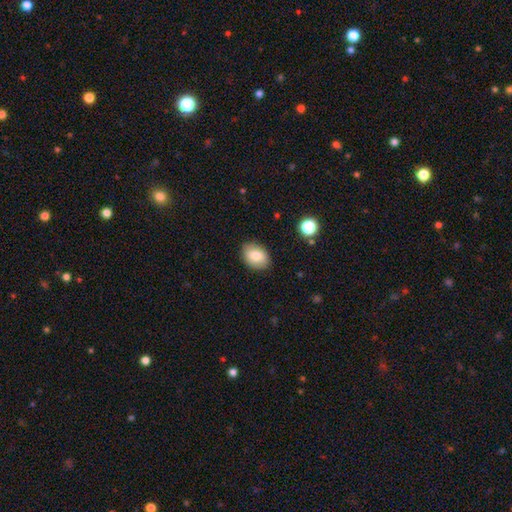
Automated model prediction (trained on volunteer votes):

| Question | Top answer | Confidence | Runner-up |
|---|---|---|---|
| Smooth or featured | smooth | 82% | featured or disk (11%) |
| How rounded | in between | 75% | round (24%) |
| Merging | none | 85% | minor disturbance (11%) |